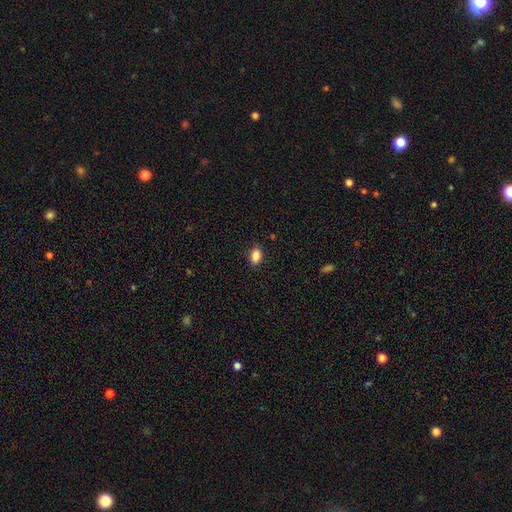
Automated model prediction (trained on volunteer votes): This is clearly a smooth galaxy (87%). How rounded: clearly in between (84%). Merging: clearly none (87%).